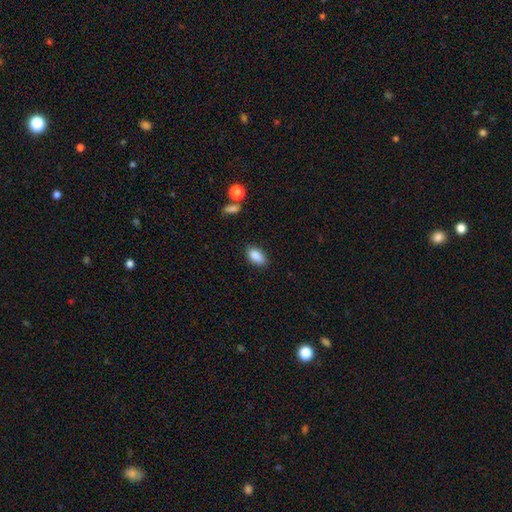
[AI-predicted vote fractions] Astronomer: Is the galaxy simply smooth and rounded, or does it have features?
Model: smooth — 88%.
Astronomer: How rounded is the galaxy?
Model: in between — 90%.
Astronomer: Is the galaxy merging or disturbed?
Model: none — 83%.